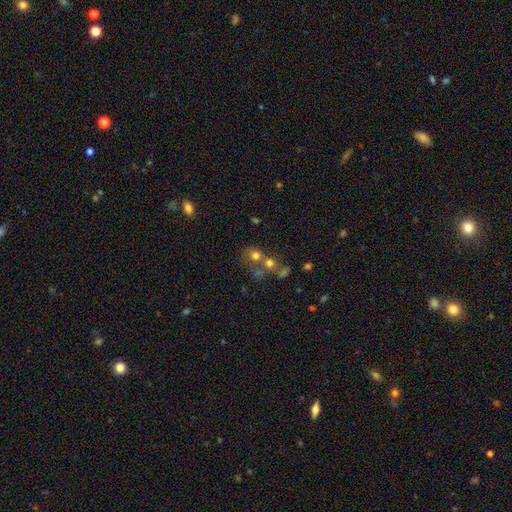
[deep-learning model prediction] This is likely a smooth galaxy (64%). How rounded: clearly round (81%). Merging: marginally merger (45%).